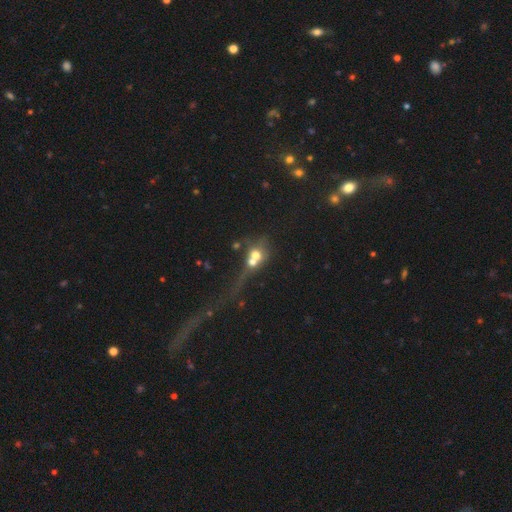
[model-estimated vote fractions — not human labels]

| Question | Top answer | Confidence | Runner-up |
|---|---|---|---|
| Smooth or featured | smooth | 52% | featured or disk (31%) |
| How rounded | round | 65% | in between (29%) |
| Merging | merger | 60% | none (20%) |